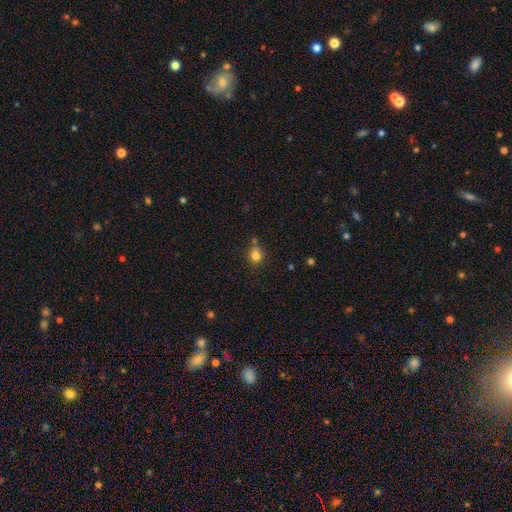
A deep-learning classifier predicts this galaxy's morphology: Smooth or featured?
  - smooth: 80% *
  - star or artifact: 13%
  - featured or disk: 8%
How rounded?
  - round: 72% *
  - in between: 27%
  - cigar-shaped: 1%
Merging?
  - none: 63% *
  - minor disturbance: 19%
  - merger: 12%
  - major disturbance: 5%